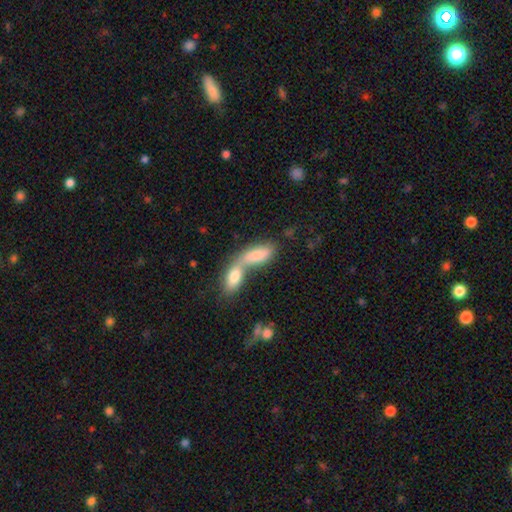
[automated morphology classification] smooth 73%, featured or disk 18%, star or artifact 10%. Down the decision tree: how rounded — in between (76%); merging — merger (73%).